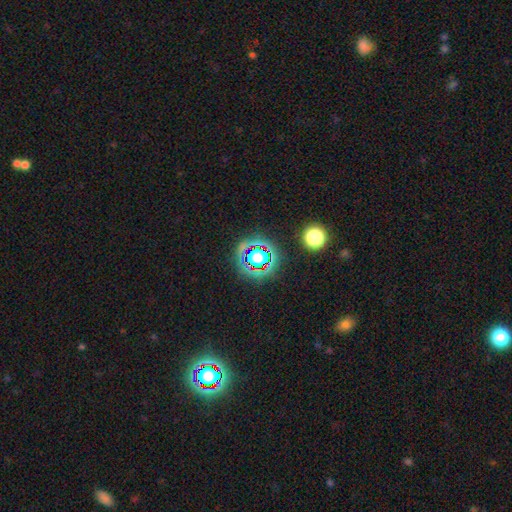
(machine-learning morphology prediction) type=star or artifact (78%).